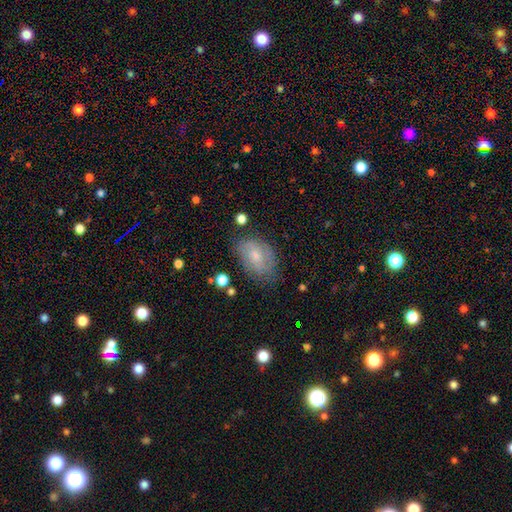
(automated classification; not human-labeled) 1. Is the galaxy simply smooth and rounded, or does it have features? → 59% smooth, 32% featured or disk, 9% star or artifact.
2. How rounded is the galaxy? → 87% in between, 12% round, 2% cigar-shaped.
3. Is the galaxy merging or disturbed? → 66% none, 24% minor disturbance, 8% major disturbance, 2% merger.